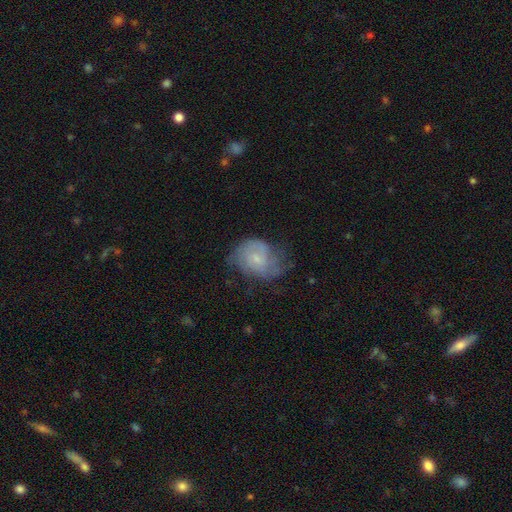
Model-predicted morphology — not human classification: featured or disk 50%, smooth 40%, star or artifact 9%. Down the decision tree: edge-on disk — no (97%); merging — none (50%).